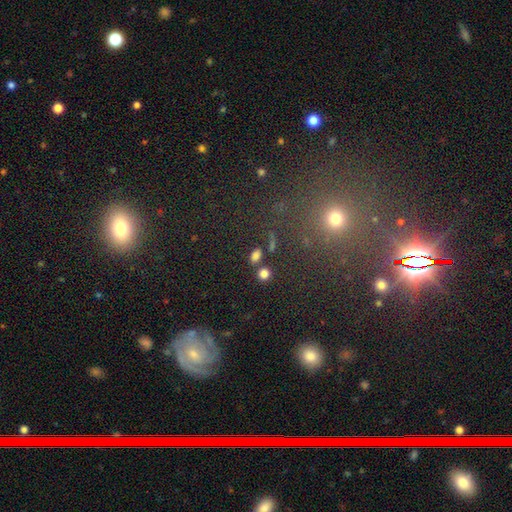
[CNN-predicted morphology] smooth_or_featured: smooth (p=0.79) [alt: star or artifact p=0.15]
how_rounded: in between (p=0.59) [alt: round p=0.37]
merging: none (p=0.72) [alt: merger p=0.14]